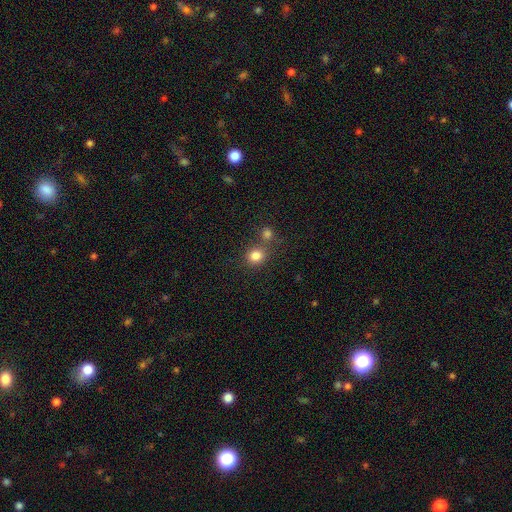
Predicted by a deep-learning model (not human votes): smooth-or-featured: smooth: 82% | star or artifact: 13% | featured or disk: 6%
  how-rounded: round: 82% | in between: 17% | cigar-shaped: 1%
  merging: none: 63% | merger: 25% | minor disturbance: 8% | major disturbance: 3%